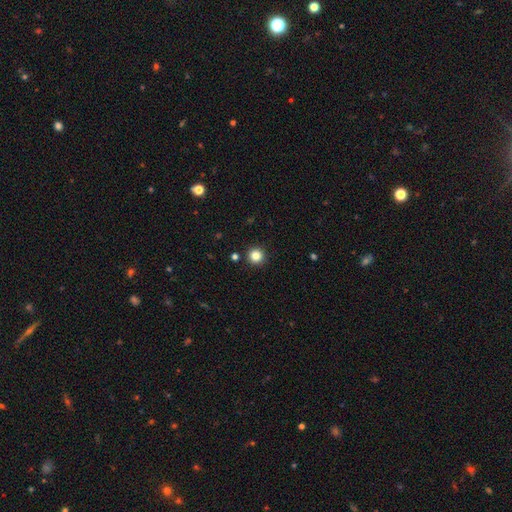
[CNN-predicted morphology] smooth 83%, star or artifact 12%, featured or disk 5%. Down the decision tree: how rounded — round (96%); merging — none (92%).